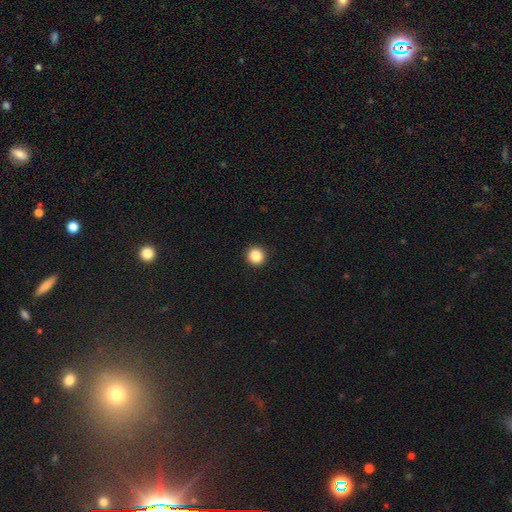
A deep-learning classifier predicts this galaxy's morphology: Overall: smooth (86%). How rounded: round (95%). Merging: none (94%).